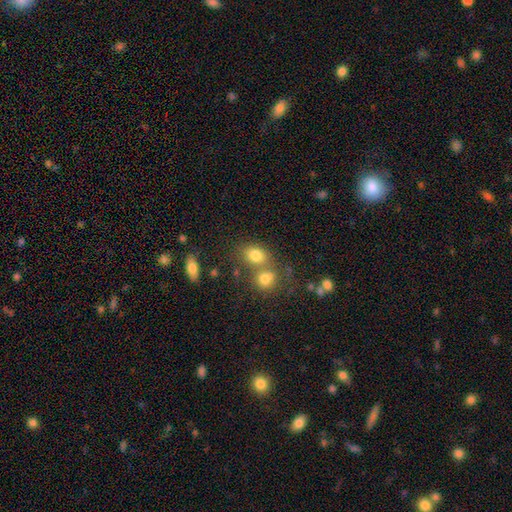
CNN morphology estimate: Overall: smooth (79%). How rounded: in between (59%; round 39%). Merging: none (45%; merger 41%).